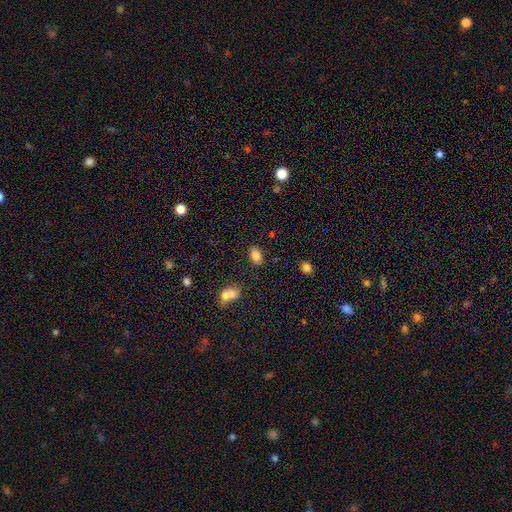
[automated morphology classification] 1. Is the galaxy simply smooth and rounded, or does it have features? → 82% smooth, 10% star or artifact, 8% featured or disk.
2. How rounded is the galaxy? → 86% in between, 12% round, 2% cigar-shaped.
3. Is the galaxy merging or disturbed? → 81% none, 10% minor disturbance, 5% merger, 3% major disturbance.